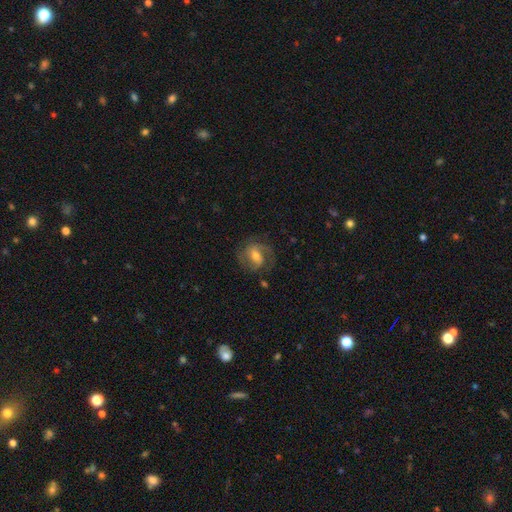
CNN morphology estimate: This is likely a featured or disk galaxy (66%). It is clearly not viewed edge-on (96%). Bar: possibly weak (46%). Spiral arm pattern: clearly yes (86%). Spiral arm count: likely 2 (74%). Spiral winding: possibly medium (49%). Central bulge: possibly moderate (58%). Merging: likely none (69%).